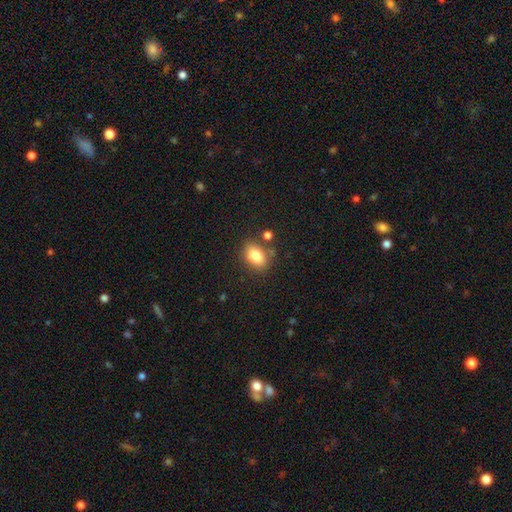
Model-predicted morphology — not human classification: type=smooth (83%); roundness=in between (80%); merging=none (72%).